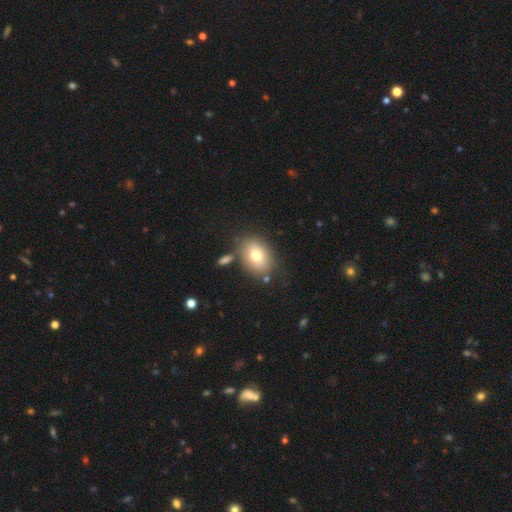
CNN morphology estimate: The model was most divided on "how rounded": in between: 77%, round: 22%, cigar-shaped: 1%. More confident: smooth or featured — smooth (76%); merging — none (74%).